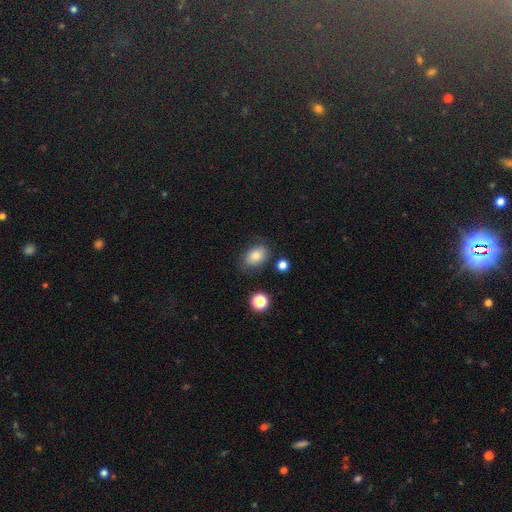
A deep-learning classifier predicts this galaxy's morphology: The model was most divided on "merging": none: 75%, minor disturbance: 17%, major disturbance: 5%, merger: 3%. More confident: smooth or featured — smooth (82%); how rounded — in between (79%).